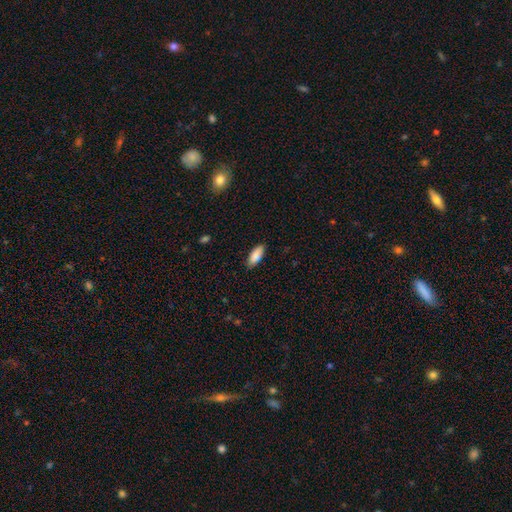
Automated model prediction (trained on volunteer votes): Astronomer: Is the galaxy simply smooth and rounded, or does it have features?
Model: smooth — 88%.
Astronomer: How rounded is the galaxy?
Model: in between — 82%.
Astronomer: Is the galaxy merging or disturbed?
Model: none — 85%.